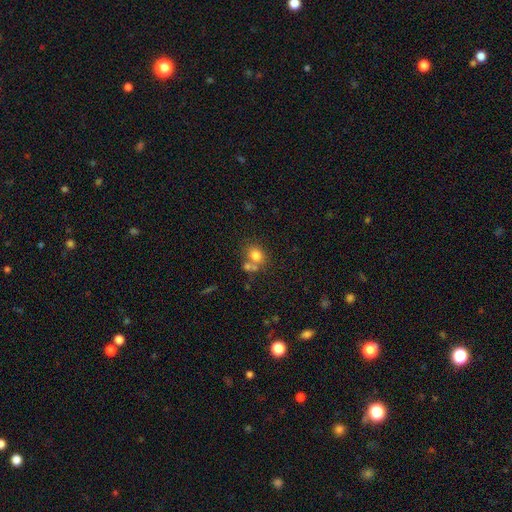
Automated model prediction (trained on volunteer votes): Smooth or featured: smooth — 76% (star or artifact — 12%)
How rounded: round — 55% (in between — 44%)
Merging: none — 47% (merger — 36%)